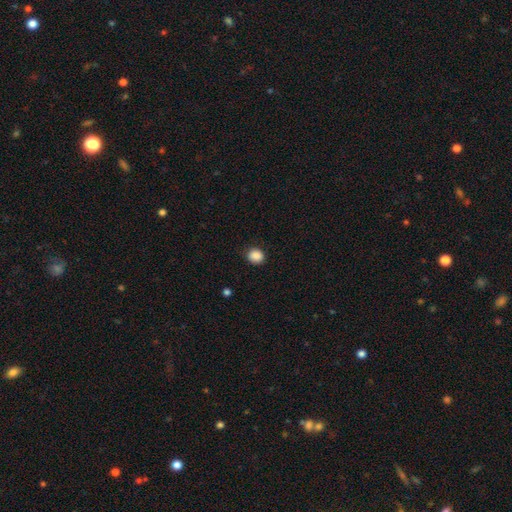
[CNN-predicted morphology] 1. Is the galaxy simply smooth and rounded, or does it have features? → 88% smooth, 9% star or artifact, 2% featured or disk.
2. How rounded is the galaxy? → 75% round, 24% in between, 1% cigar-shaped.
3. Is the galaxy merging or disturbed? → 87% none, 9% minor disturbance, 2% major disturbance, 1% merger.